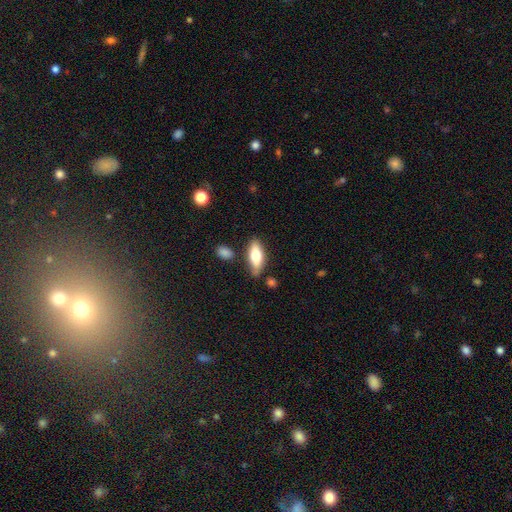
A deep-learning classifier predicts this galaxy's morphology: The model was most divided on "smooth or featured": smooth: 67%, featured or disk: 27%, star or artifact: 6%. More confident: merging — none (74%); how rounded — in between (69%).